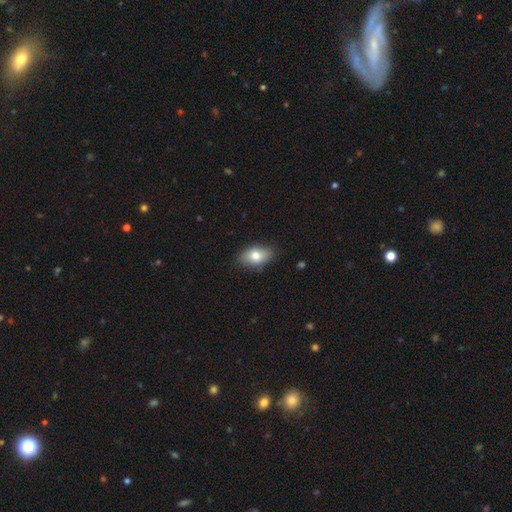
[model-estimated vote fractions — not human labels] Smooth or featured? smooth (78%)
How rounded? in between (87%)
Merging? none (81%)